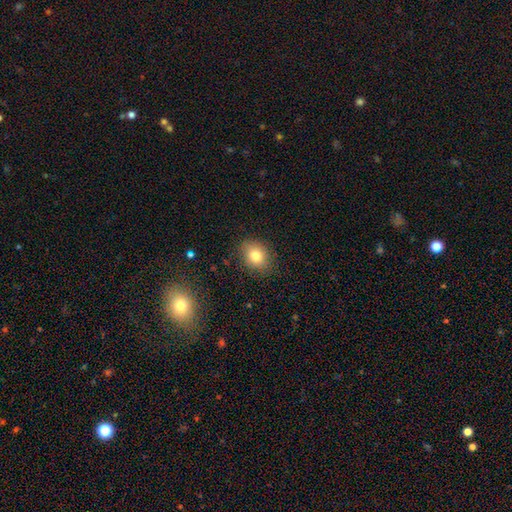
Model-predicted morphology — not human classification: smooth-or-featured: smooth: 79% | star or artifact: 11% | featured or disk: 10%
  how-rounded: round: 51% | in between: 48% | cigar-shaped: 1%
  merging: none: 85% | minor disturbance: 11% | major disturbance: 3% | merger: 1%